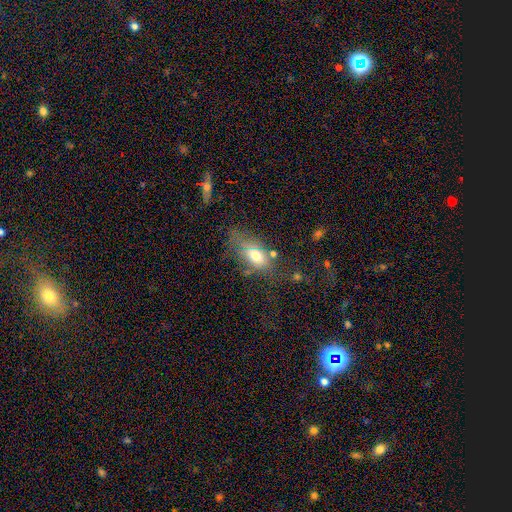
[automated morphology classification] A smooth galaxy with no disk features (67%) that is in between round and cigar-shaped (84%).

Vote fractions:
- Smooth or featured? smooth: 67% / featured or disk: 21% / star or artifact: 12%
- How rounded? in between: 84% / round: 12% / cigar-shaped: 4%
- Merging? none: 44% / minor disturbance: 26% / major disturbance: 22% / merger: 9%